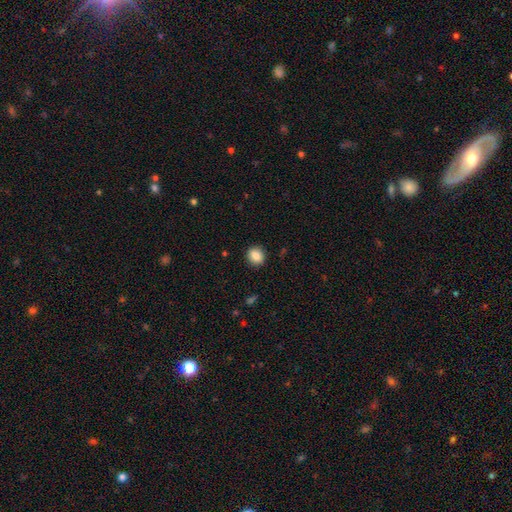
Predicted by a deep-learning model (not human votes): smooth-or-featured: smooth: 85% | star or artifact: 9% | featured or disk: 6%
  how-rounded: round: 77% | in between: 22% | cigar-shaped: 1%
  merging: none: 91% | minor disturbance: 7% | major disturbance: 2% | merger: 1%